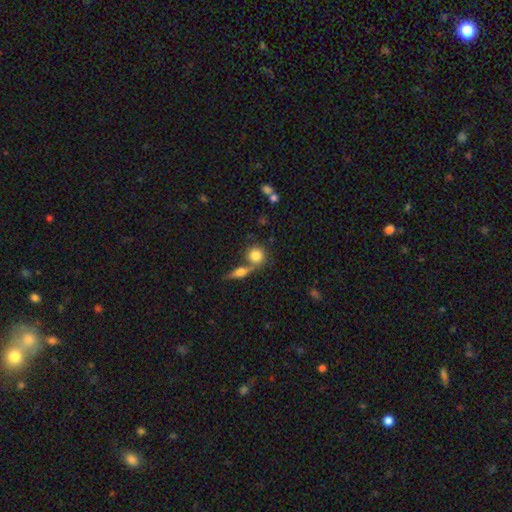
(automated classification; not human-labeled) Q: Smooth or featured?
A: smooth (79%); runner-up: featured or disk (13%)
Q: How rounded?
A: round (80%); runner-up: in between (17%)
Q: Merging?
A: none (52%); runner-up: merger (35%)